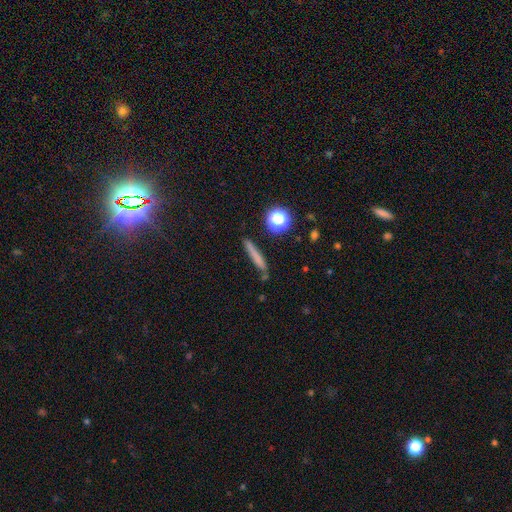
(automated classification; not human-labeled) Morphology: type=smooth (65%); roundness=cigar-shaped (90%); merging=none (81%).